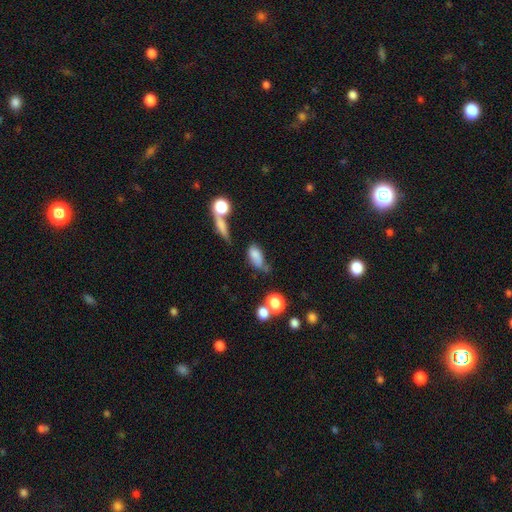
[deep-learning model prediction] A smooth galaxy with no disk features (76%) that is in between round and cigar-shaped (85%).

Vote fractions:
- Smooth or featured? smooth: 76% / featured or disk: 13% / star or artifact: 11%
- How rounded? in between: 85% / cigar-shaped: 9% / round: 7%
- Merging? none: 40% / minor disturbance: 28% / merger: 18% / major disturbance: 14%